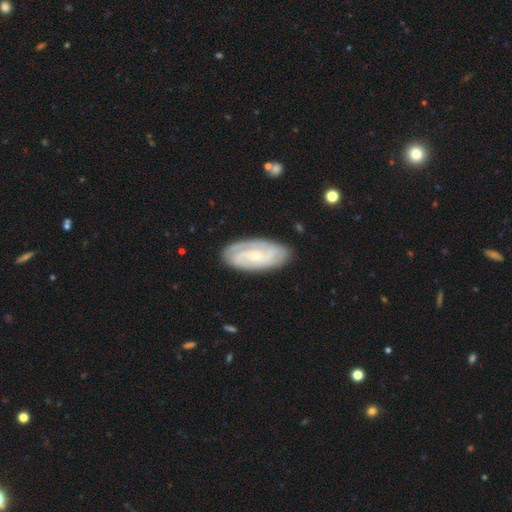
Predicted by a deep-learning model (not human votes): Morphology: type=featured or disk (78%); edge-on=no (95%); bar=no (54%); spiral arms=yes (94%); winding=tight (59%); arm count=2 (47%); bulge=small (72%); merging=none (81%).